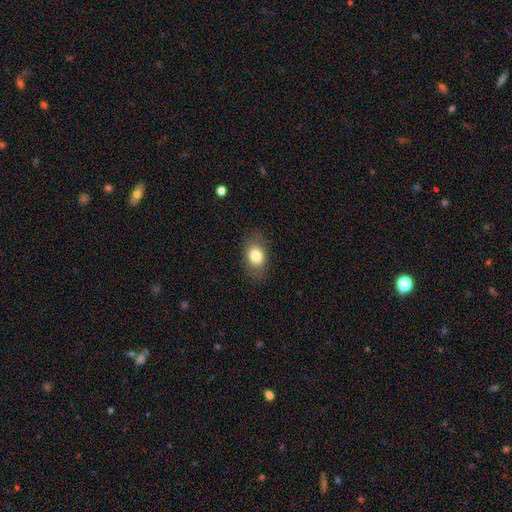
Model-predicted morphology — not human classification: smooth-or-featured: smooth: 80% | featured or disk: 12% | star or artifact: 8%
  how-rounded: in between: 75% | round: 23% | cigar-shaped: 2%
  merging: none: 80% | minor disturbance: 14% | major disturbance: 5% | merger: 1%